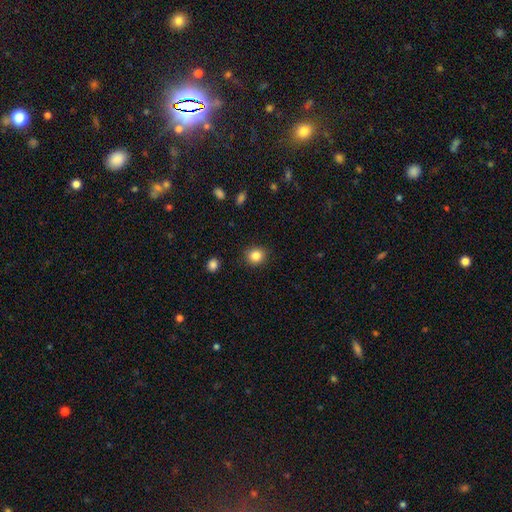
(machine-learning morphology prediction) Smooth or featured: smooth — 85% (star or artifact — 10%)
How rounded: round — 82% (in between — 18%)
Merging: none — 90% (minor disturbance — 7%)